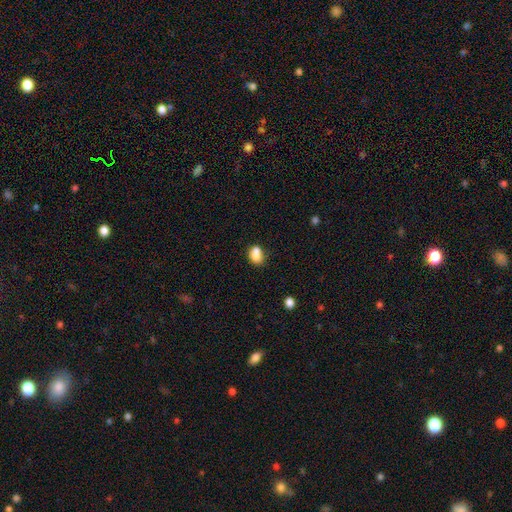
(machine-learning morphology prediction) Overall: smooth (79%). How rounded: in between (63%; round 35%). Merging: none (45%; merger 33%).